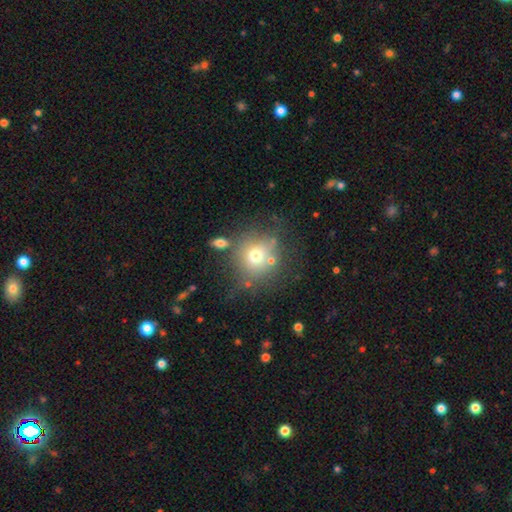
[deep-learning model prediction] smooth-or-featured: smooth: 67% | featured or disk: 17% | star or artifact: 15%
  how-rounded: round: 88% | in between: 11% | cigar-shaped: 1%
  merging: none: 67% | minor disturbance: 14% | merger: 11% | major disturbance: 8%